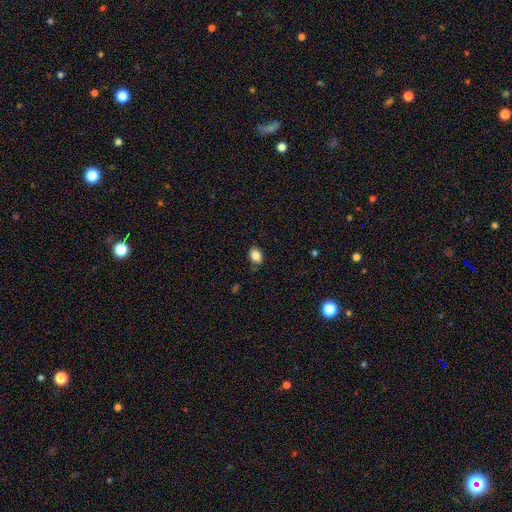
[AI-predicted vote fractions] smooth 86%, star or artifact 9%, featured or disk 5%. Down the decision tree: how rounded — in between (65%); merging — none (82%).